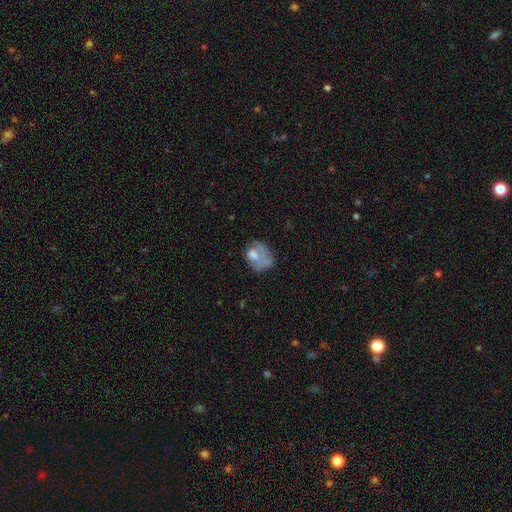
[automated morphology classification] Smooth or featured?
  - smooth: 60% *
  - featured or disk: 31%
  - star or artifact: 9%
How rounded?
  - in between: 62% *
  - round: 37%
  - cigar-shaped: 1%
Merging?
  - major disturbance: 34% *
  - none: 33%
  - minor disturbance: 28%
  - merger: 5%